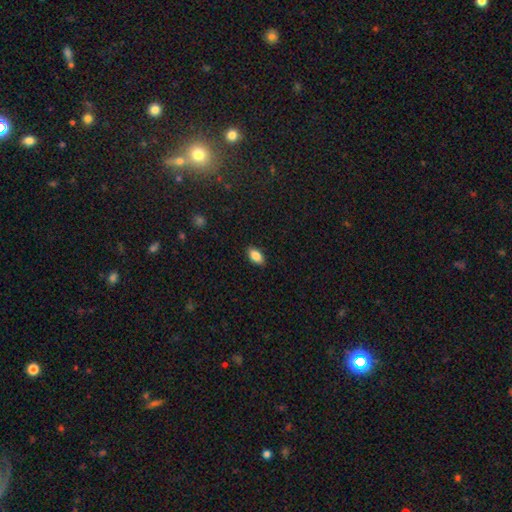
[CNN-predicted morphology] Smooth or featured? Predicted: smooth (p=0.85). How rounded? Predicted: in between (p=0.91). Merging? Predicted: none (p=0.88).